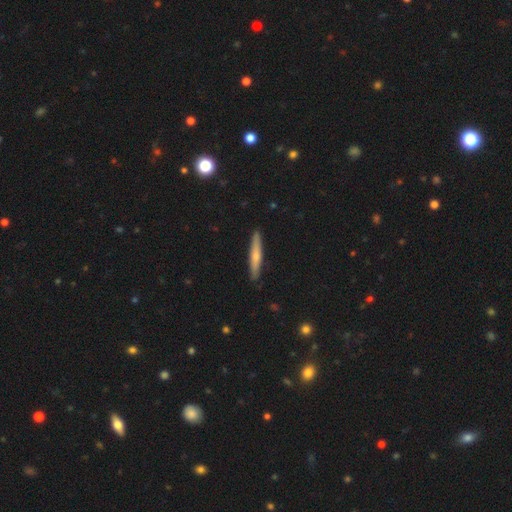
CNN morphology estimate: This is possibly a smooth galaxy (58%). How rounded: clearly cigar-shaped (93%). Merging: clearly none (91%).